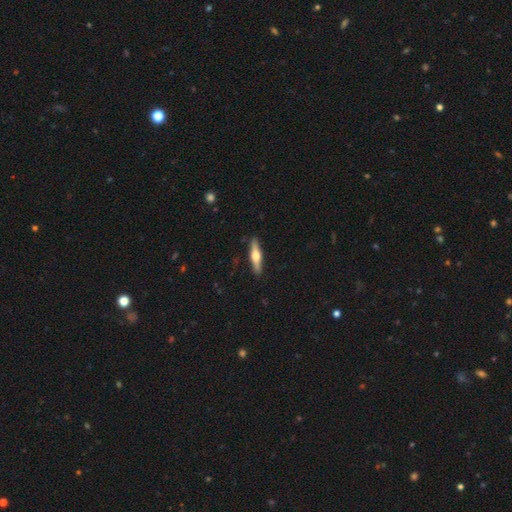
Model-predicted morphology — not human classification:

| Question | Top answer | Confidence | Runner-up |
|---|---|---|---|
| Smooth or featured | featured or disk | 55% | smooth (40%) |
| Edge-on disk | yes | 95% | no (5%) |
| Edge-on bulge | rounded | 93% | boxy (4%) |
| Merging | none | 90% | minor disturbance (7%) |